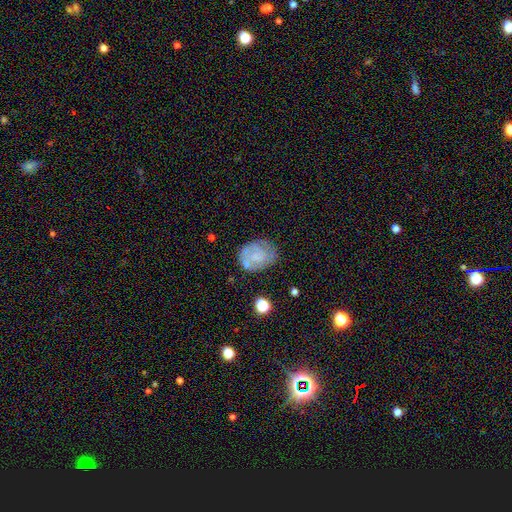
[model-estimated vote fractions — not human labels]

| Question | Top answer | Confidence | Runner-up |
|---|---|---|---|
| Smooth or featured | featured or disk | 46% | smooth (45%) |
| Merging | none | 61% | minor disturbance (24%) |